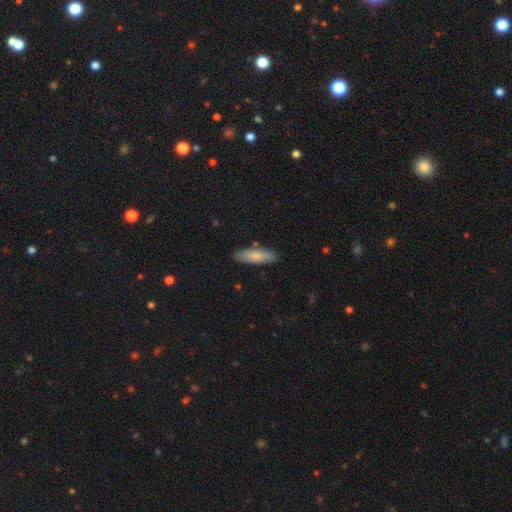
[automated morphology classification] Overall: smooth (79%). How rounded: in between (53%; cigar-shaped 45%). Merging: none (84%).